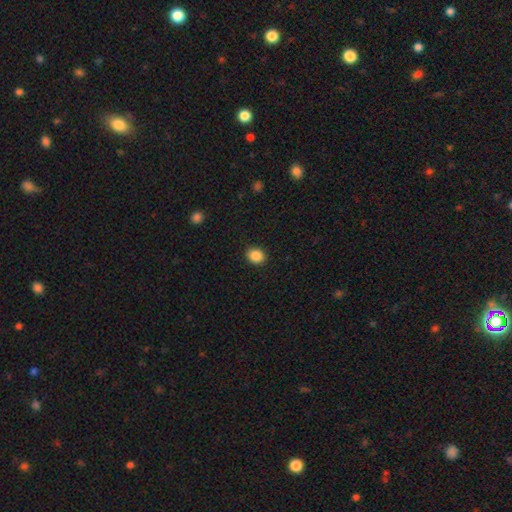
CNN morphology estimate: type=smooth (87%); roundness=round (58%); merging=none (91%).